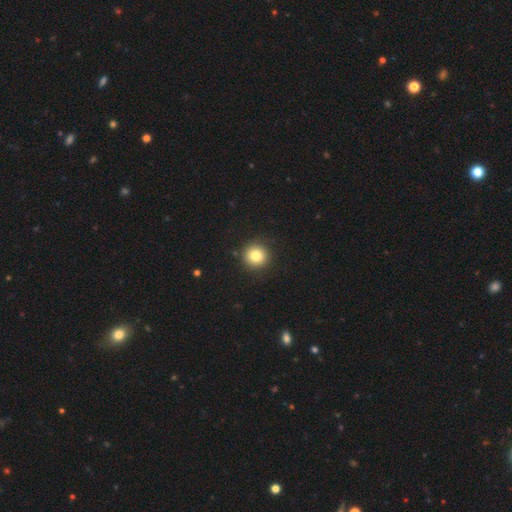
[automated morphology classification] Smooth or featured? Predicted: smooth (p=0.81). How rounded? Predicted: round (p=0.95). Merging? Predicted: none (p=0.91).